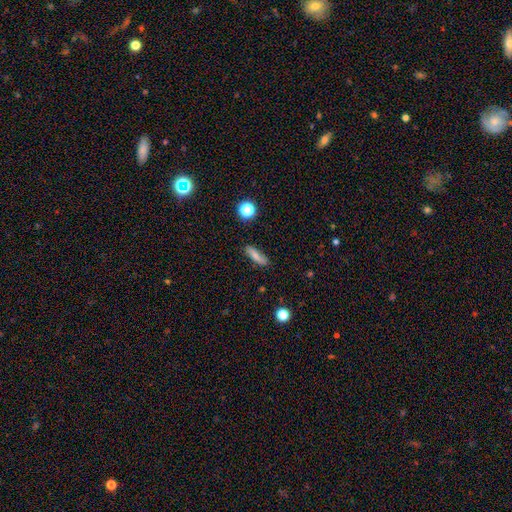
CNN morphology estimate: smooth 75%, featured or disk 15%, star or artifact 10%. Down the decision tree: how rounded — cigar-shaped (59%); merging — none (80%).